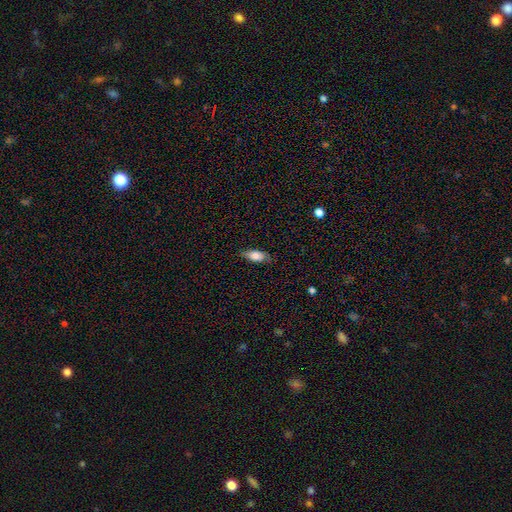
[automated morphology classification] Smooth or featured? smooth (78%)
How rounded? in between (81%)
Merging? none (77%)